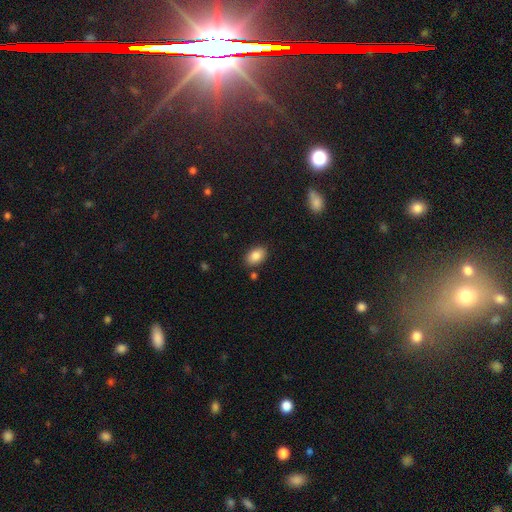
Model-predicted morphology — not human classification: Smooth or featured? smooth (86%)
How rounded? in between (88%)
Merging? none (83%)